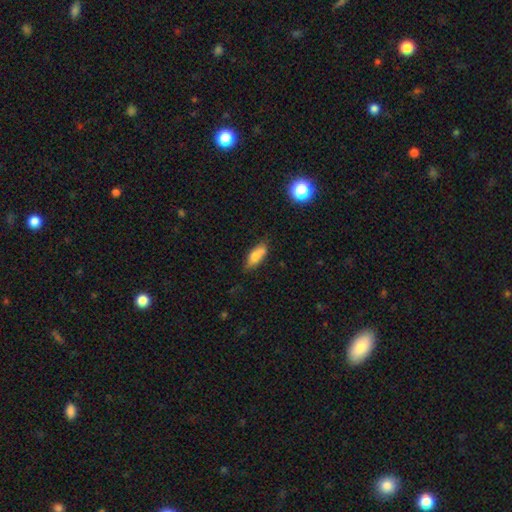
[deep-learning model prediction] This is likely a smooth galaxy (75%). How rounded: likely in between (73%). Merging: likely none (72%).